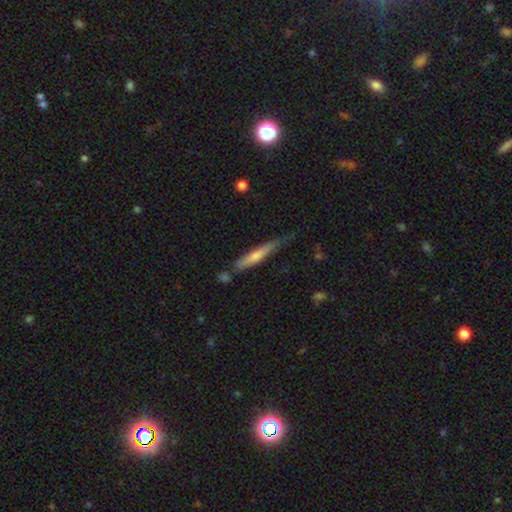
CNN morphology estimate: smooth-or-featured: featured or disk: 51% | smooth: 42% | star or artifact: 7%
  disk-edge-on: yes: 93% | no: 7%
  merging: none: 69% | minor disturbance: 23% | merger: 4% | major disturbance: 4%